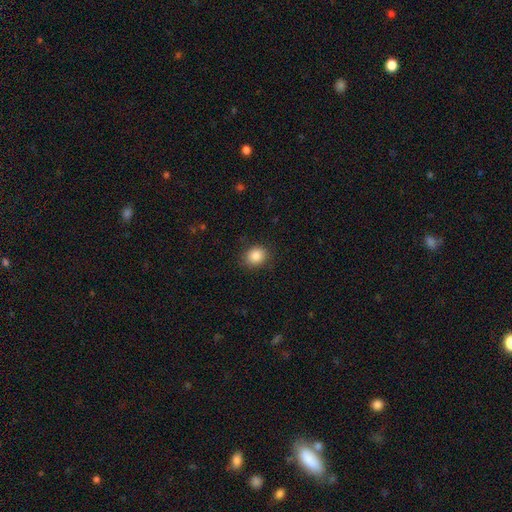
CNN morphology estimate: Smooth or featured: smooth — 87% (star or artifact — 9%)
How rounded: round — 66% (in between — 33%)
Merging: none — 85% (minor disturbance — 11%)